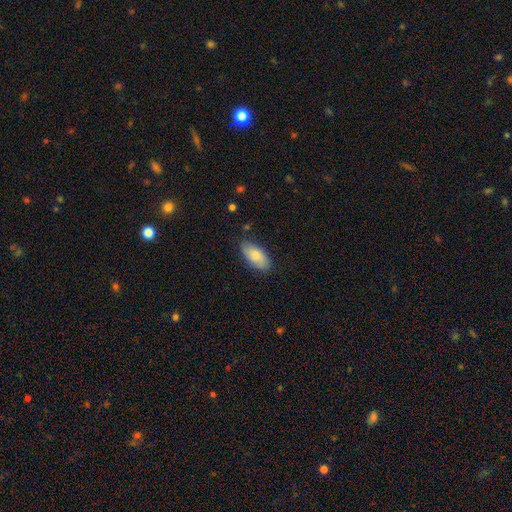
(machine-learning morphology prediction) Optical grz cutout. It shows a smooth galaxy with no disk features (83%) that is in between round and cigar-shaped (91%). Merging: none (81%).